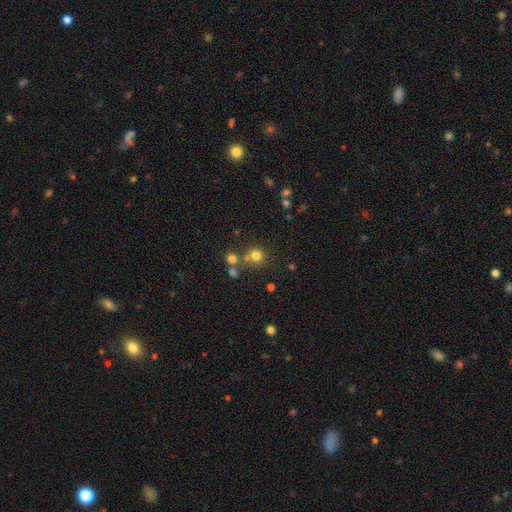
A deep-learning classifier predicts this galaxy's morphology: Smooth or featured?
  - smooth: 74% *
  - star or artifact: 17%
  - featured or disk: 8%
How rounded?
  - round: 90% *
  - in between: 9%
  - cigar-shaped: 1%
Merging?
  - none: 68% *
  - merger: 19%
  - minor disturbance: 9%
  - major disturbance: 4%